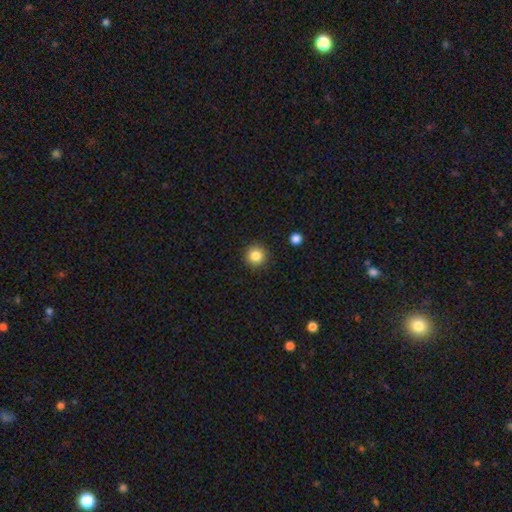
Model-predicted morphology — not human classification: The model was most divided on "smooth or featured": smooth: 85%, star or artifact: 10%, featured or disk: 5%. More confident: how rounded — round (95%); merging — none (91%).